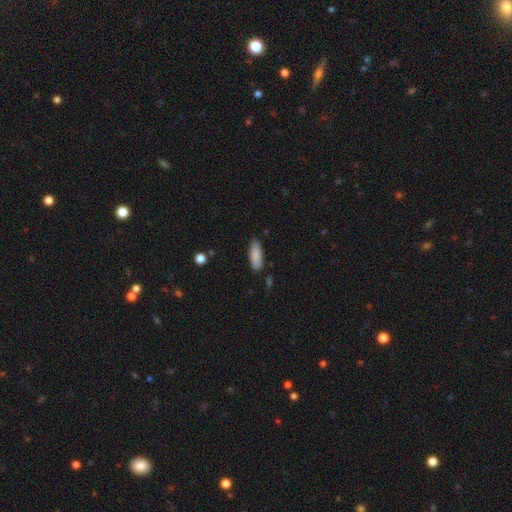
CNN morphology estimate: smooth_or_featured: smooth (p=0.87) [alt: featured or disk p=0.06]
how_rounded: in between (p=0.67) [alt: cigar-shaped p=0.31]
merging: none (p=0.81) [alt: minor disturbance p=0.14]